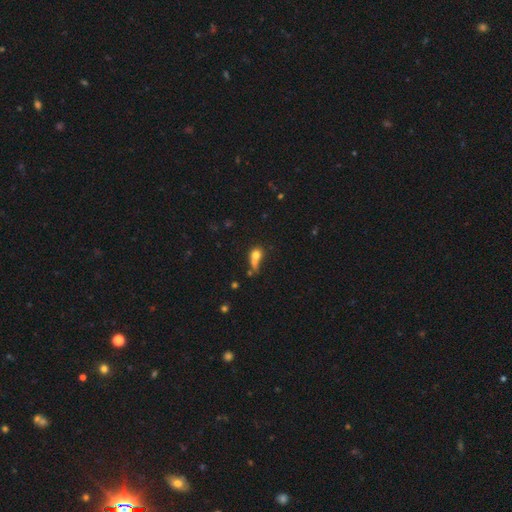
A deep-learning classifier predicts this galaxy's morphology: smooth 68%, featured or disk 18%, star or artifact 13%. Down the decision tree: how rounded — round (46%); merging — merger (30%).